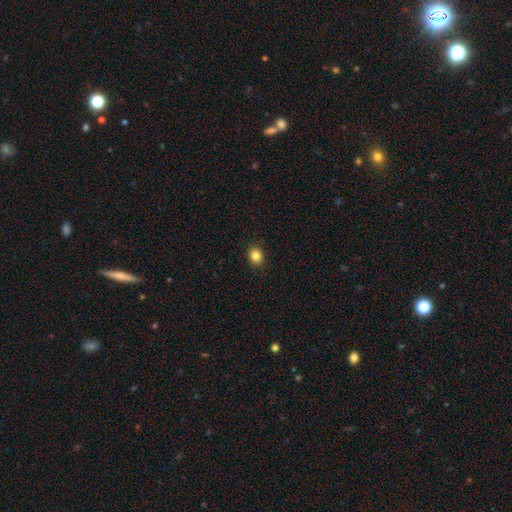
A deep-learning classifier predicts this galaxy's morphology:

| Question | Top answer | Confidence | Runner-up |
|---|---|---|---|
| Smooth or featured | smooth | 84% | star or artifact (11%) |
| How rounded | round | 58% | in between (41%) |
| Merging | none | 91% | minor disturbance (7%) |